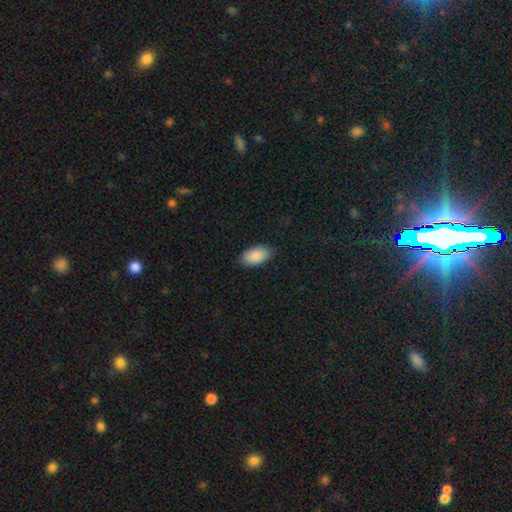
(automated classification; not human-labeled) Morphology: type=smooth (89%); roundness=in between (95%); merging=none (84%).